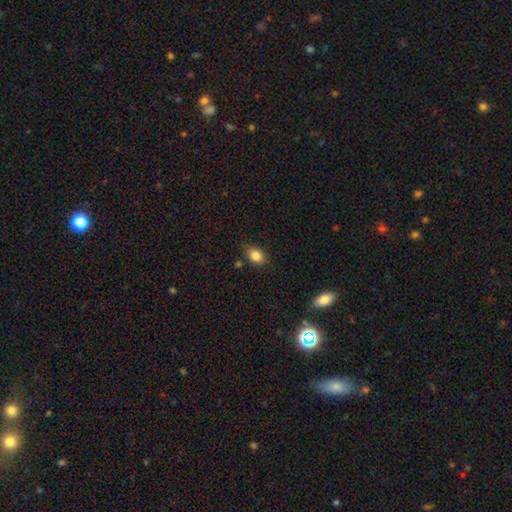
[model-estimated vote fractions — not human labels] Smooth or featured? smooth (84%)
How rounded? in between (79%)
Merging? none (79%)